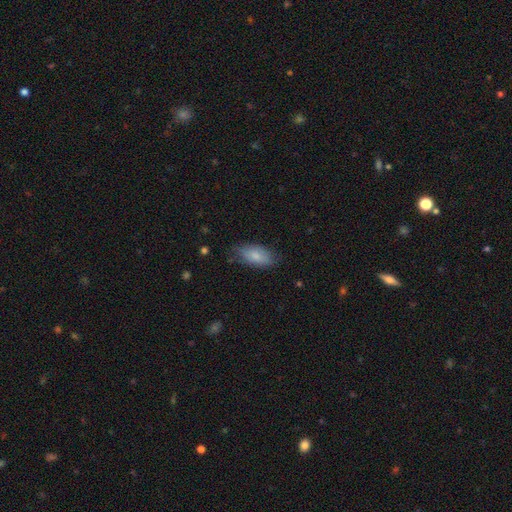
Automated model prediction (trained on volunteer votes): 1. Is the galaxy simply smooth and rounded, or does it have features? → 80% smooth, 14% featured or disk, 6% star or artifact.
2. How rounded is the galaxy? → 89% in between, 8% cigar-shaped, 3% round.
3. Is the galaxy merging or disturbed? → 72% none, 22% minor disturbance, 5% major disturbance, 1% merger.